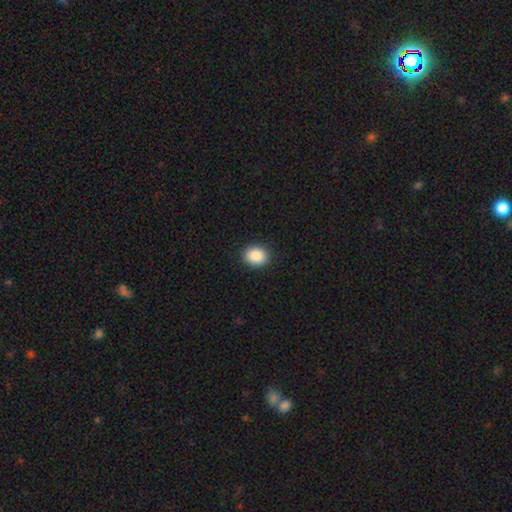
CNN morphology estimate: Q: Smooth or featured?
A: smooth (89%); runner-up: star or artifact (8%)
Q: How rounded?
A: round (51%); runner-up: in between (48%)
Q: Merging?
A: none (90%); runner-up: minor disturbance (7%)